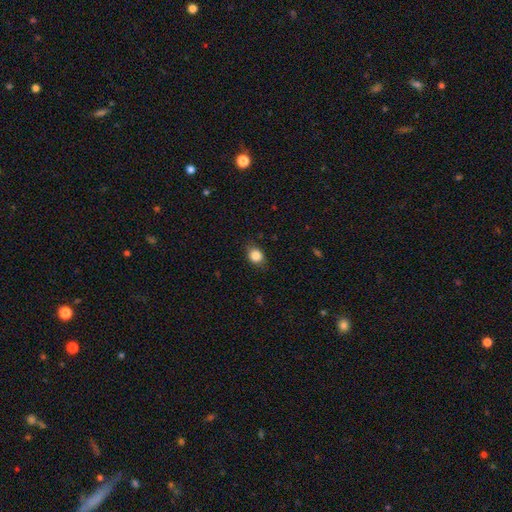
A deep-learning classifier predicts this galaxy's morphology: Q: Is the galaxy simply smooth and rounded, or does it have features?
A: smooth — 85%.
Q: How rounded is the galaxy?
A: round — 56%.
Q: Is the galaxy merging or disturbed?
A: none — 81%.